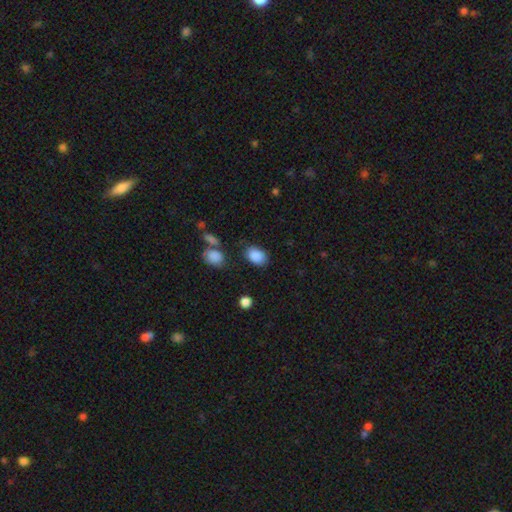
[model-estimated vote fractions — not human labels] Smooth or featured? Predicted: smooth (p=0.87). How rounded? Predicted: in between (p=0.80). Merging? Predicted: none (p=0.78).